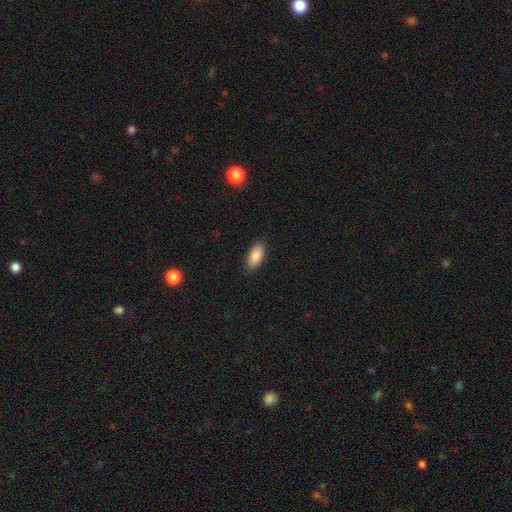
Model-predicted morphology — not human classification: Smooth or featured? Predicted: smooth (p=0.87). How rounded? Predicted: in between (p=0.91). Merging? Predicted: none (p=0.87).